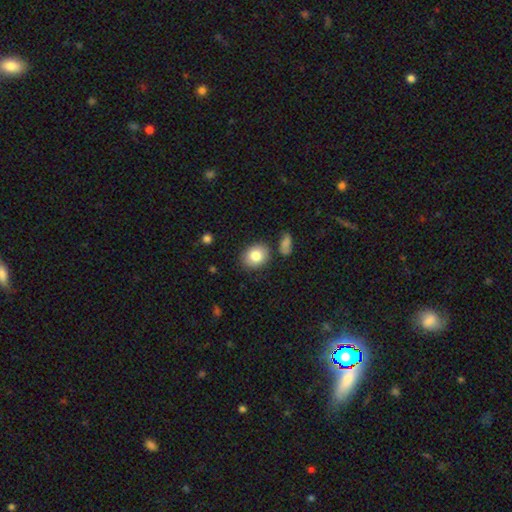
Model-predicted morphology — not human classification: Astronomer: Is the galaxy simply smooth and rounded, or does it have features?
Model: smooth — 82%.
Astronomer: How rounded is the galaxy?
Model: in between — 53% (runner-up: round, 46%).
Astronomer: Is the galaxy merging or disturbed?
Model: none — 80%.